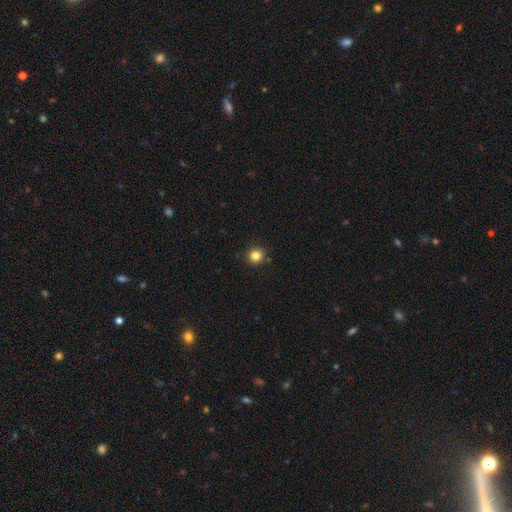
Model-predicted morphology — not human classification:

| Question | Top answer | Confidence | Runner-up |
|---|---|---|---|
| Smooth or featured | smooth | 83% | star or artifact (12%) |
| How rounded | round | 92% | in between (7%) |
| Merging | none | 91% | minor disturbance (6%) |